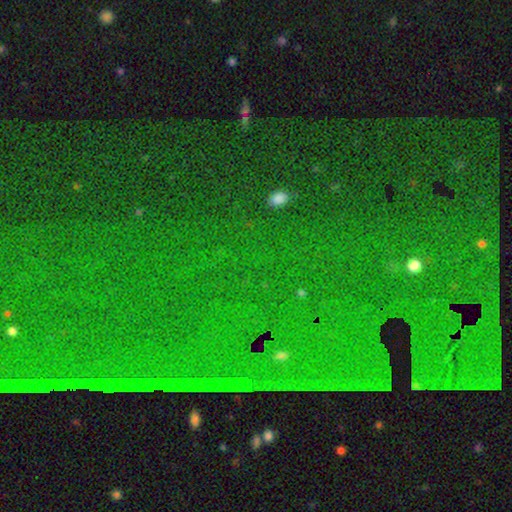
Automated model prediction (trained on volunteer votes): A star or artifact, not a galaxy (74%).

Vote fractions:
- Smooth or featured? star or artifact: 74% / smooth: 17% / featured or disk: 8%